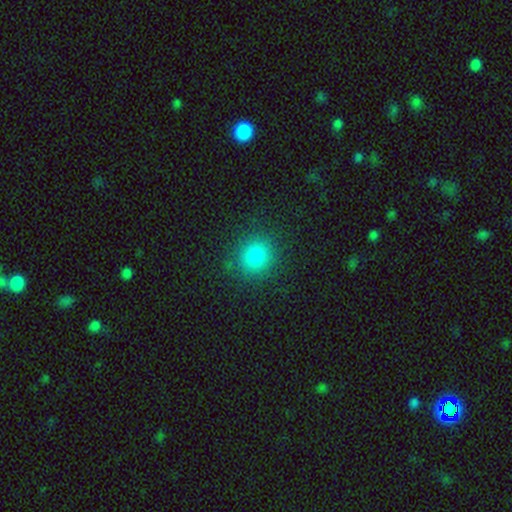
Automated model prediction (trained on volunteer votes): This is clearly a smooth galaxy (81%). How rounded: clearly round (84%). Merging: clearly none (87%).